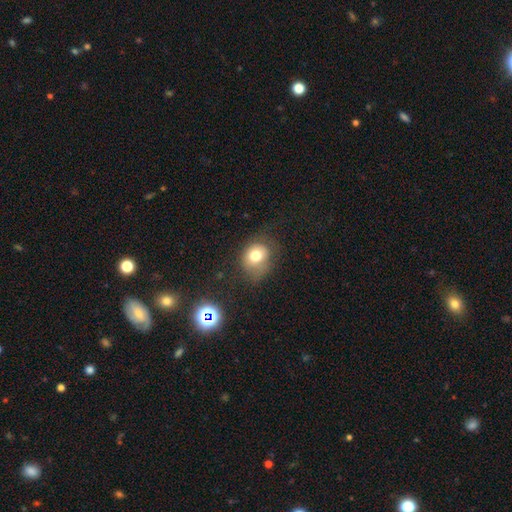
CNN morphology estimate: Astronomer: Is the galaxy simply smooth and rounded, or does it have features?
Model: smooth — 73%.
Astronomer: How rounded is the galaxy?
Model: round — 60% (runner-up: in between, 39%).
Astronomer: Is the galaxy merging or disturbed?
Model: none — 51% (runner-up: minor disturbance, 29%).